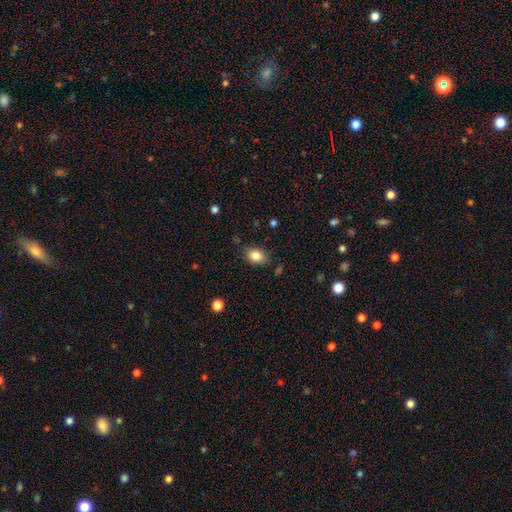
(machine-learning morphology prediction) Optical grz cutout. It shows a smooth galaxy with no disk features (85%) that is in between round and cigar-shaped (74%). Merging: none (80%).